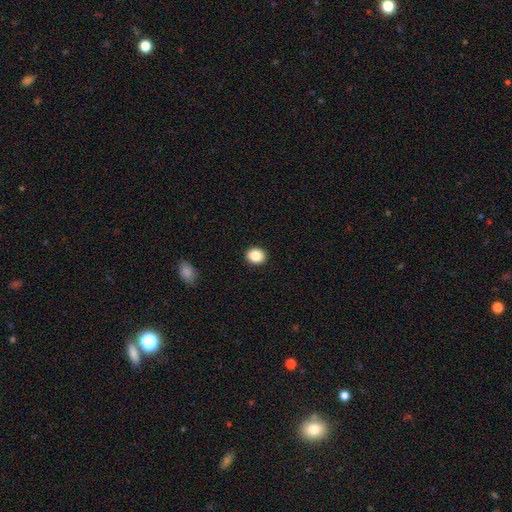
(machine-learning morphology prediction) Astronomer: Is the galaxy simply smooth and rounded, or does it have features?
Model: smooth — 87%.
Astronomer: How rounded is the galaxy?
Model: round — 67%.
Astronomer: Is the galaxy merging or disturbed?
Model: none — 92%.